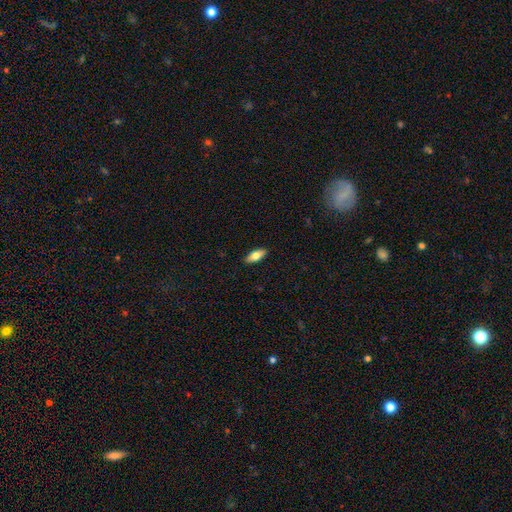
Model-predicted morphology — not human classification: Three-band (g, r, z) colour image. It shows a smooth galaxy with no disk features (71%) that is in between round and cigar-shaped (76%). Merging: none (90%).